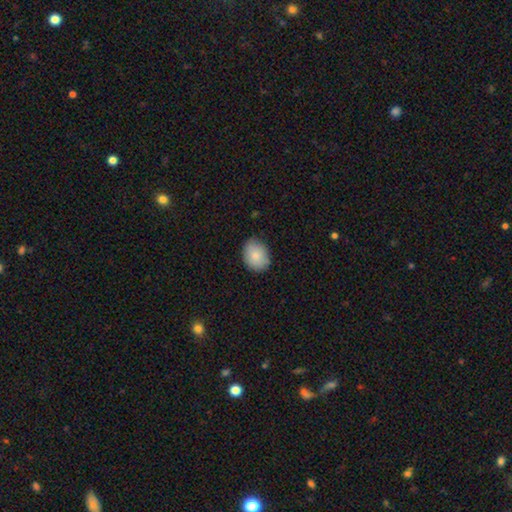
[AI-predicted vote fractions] This appears to be a smooth galaxy with no disk features (85%) that is in between round and cigar-shaped (57%). Merging: none (82%).